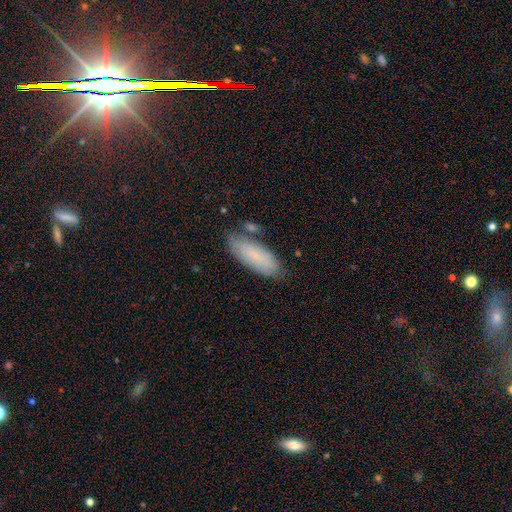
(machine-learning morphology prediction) Q: Smooth or featured?
A: smooth (80%); runner-up: featured or disk (13%)
Q: How rounded?
A: in between (71%); runner-up: cigar-shaped (27%)
Q: Merging?
A: none (71%); runner-up: minor disturbance (18%)